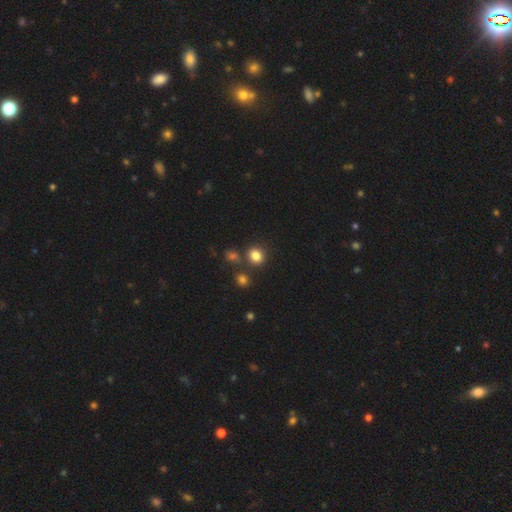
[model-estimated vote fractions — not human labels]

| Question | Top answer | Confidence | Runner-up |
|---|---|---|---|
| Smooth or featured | smooth | 82% | star or artifact (13%) |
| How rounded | round | 73% | in between (26%) |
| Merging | none | 75% | merger (12%) |